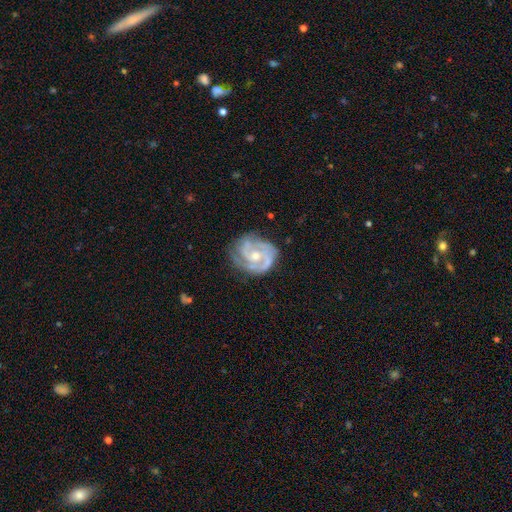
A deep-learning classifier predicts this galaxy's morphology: Overall: featured or disk (85%). Edge-on disk: no (98%). Bar: no (69%). Spiral arms: yes (93%). Spiral arm count: 2 (45%; 3 23%). Spiral winding: tight (56%; medium 35%). Bulge size: moderate (56%; small 39%). Merging: none (64%).